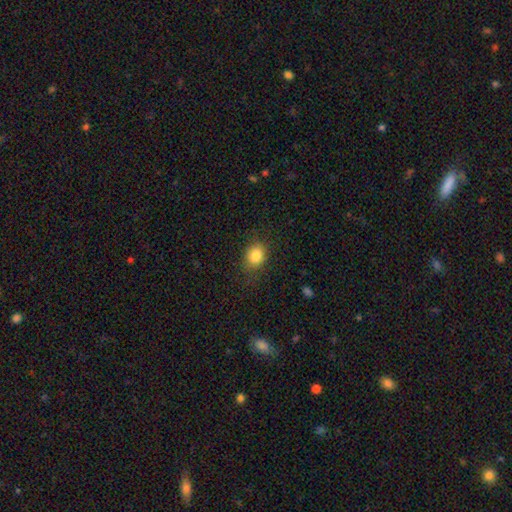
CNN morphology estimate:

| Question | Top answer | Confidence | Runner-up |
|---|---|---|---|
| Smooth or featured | smooth | 84% | star or artifact (10%) |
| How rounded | round | 55% | in between (44%) |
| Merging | none | 80% | minor disturbance (15%) |